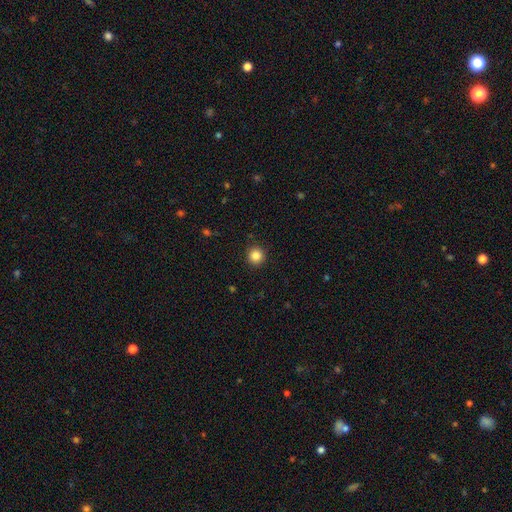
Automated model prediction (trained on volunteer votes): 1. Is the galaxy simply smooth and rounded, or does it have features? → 84% smooth, 11% star or artifact, 4% featured or disk.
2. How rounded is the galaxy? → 95% round, 4% in between, 1% cigar-shaped.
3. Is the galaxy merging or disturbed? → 92% none, 5% minor disturbance, 2% major disturbance, 1% merger.